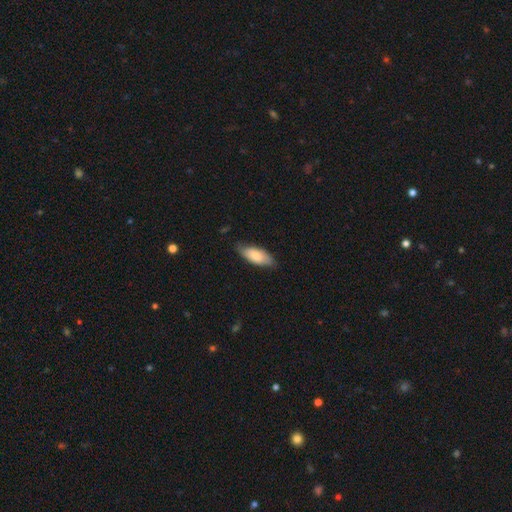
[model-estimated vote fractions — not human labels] Smooth or featured?
  - smooth: 78% *
  - featured or disk: 16%
  - star or artifact: 5%
How rounded?
  - in between: 79% *
  - cigar-shaped: 19%
  - round: 2%
Merging?
  - none: 74% *
  - minor disturbance: 21%
  - major disturbance: 3%
  - merger: 1%